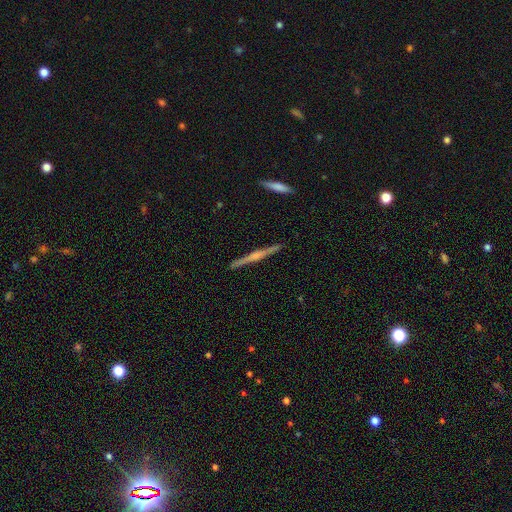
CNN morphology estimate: smooth_or_featured: featured or disk (p=0.78) [alt: smooth p=0.17]
disk_edge_on: yes (p=0.98) [alt: no p=0.02]
edge_on_bulge: rounded (p=0.74) [alt: none p=0.13]
merging: none (p=0.92) [alt: minor disturbance p=0.06]